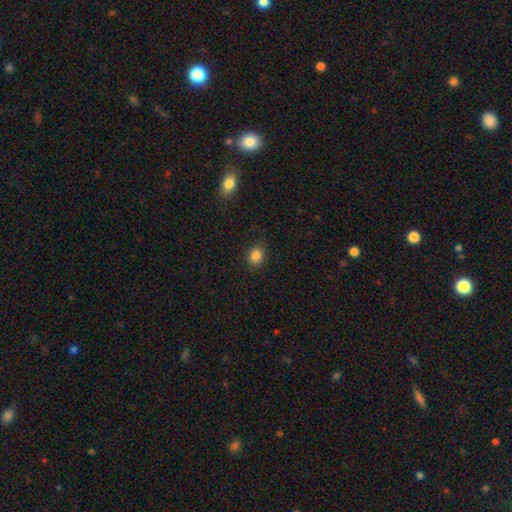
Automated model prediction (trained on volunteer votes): The model was most divided on "how rounded": round: 75%, in between: 24%, cigar-shaped: 1%. More confident: merging — none (86%); smooth or featured — smooth (84%).